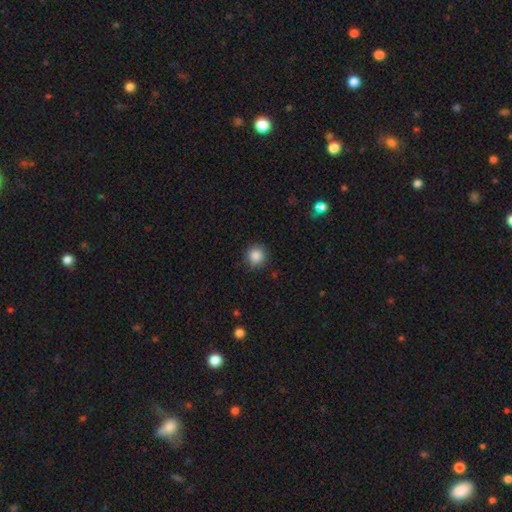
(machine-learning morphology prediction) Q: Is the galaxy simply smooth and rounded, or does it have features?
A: smooth — 86%.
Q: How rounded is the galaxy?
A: round — 92%.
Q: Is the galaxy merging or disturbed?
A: none — 85%.